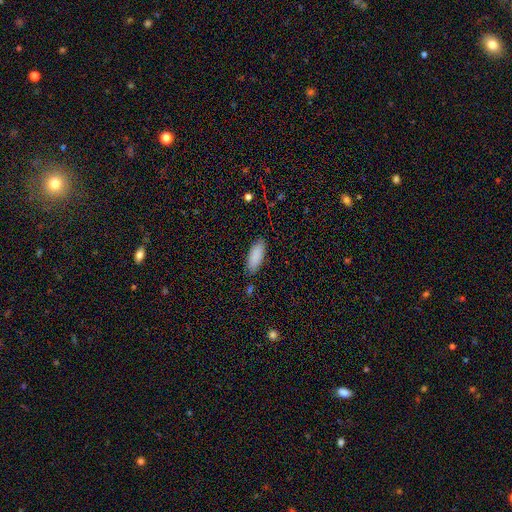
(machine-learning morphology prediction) Q: Smooth or featured?
A: smooth (88%); runner-up: star or artifact (6%)
Q: How rounded?
A: in between (76%); runner-up: cigar-shaped (23%)
Q: Merging?
A: none (84%); runner-up: minor disturbance (12%)